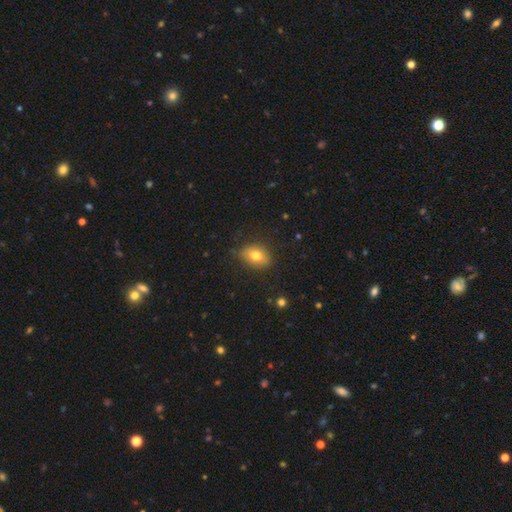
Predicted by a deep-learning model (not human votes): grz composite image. It shows a smooth galaxy with no disk features (75%) that is in between round and cigar-shaped (75%). Merging: none (76%).